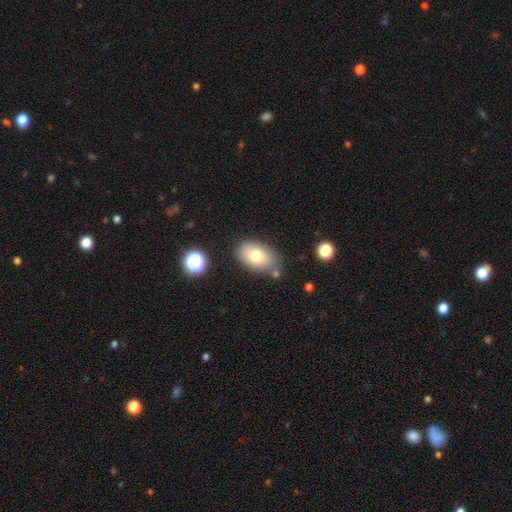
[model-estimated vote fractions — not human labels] The model was most divided on "merging": none: 71%, minor disturbance: 18%, merger: 7%, major disturbance: 4%. More confident: how rounded — in between (87%); smooth or featured — smooth (75%).